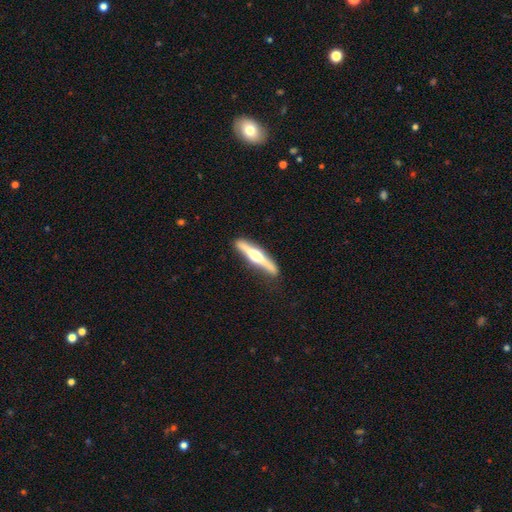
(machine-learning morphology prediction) Q: Smooth or featured?
A: featured or disk (69%); runner-up: smooth (27%)
Q: Edge-on disk?
A: yes (97%); runner-up: no (3%)
Q: Edge-on bulge?
A: rounded (91%); runner-up: boxy (5%)
Q: Merging?
A: none (87%); runner-up: minor disturbance (10%)